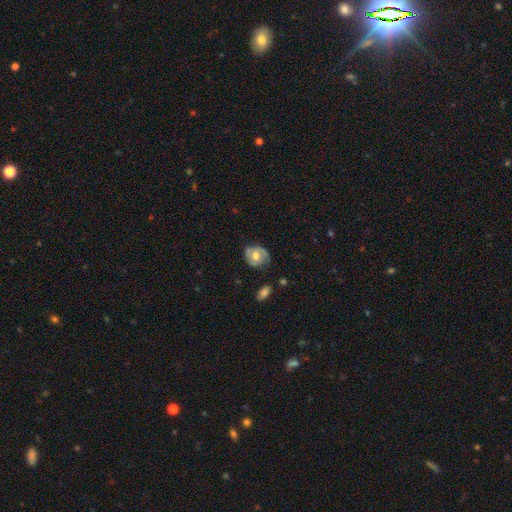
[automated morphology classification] The model was most divided on "smooth or featured": featured or disk: 50%, smooth: 44%, star or artifact: 7%. More confident: merging — none (68%).